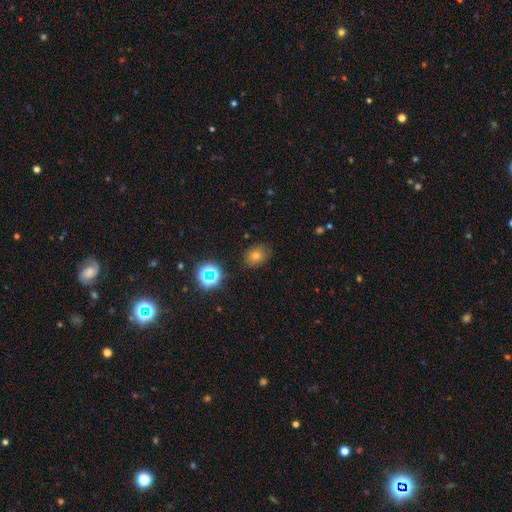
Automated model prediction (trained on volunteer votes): Smooth or featured? Predicted: smooth (p=0.68). How rounded? Predicted: round (p=0.57). Merging? Predicted: none (p=0.83).